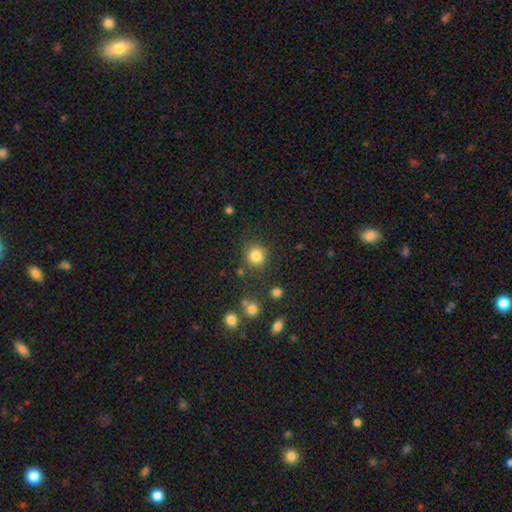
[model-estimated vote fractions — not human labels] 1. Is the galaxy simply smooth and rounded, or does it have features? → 82% smooth, 12% star or artifact, 6% featured or disk.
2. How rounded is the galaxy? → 85% round, 14% in between, 1% cigar-shaped.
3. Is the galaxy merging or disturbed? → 78% none, 12% minor disturbance, 5% merger, 4% major disturbance.